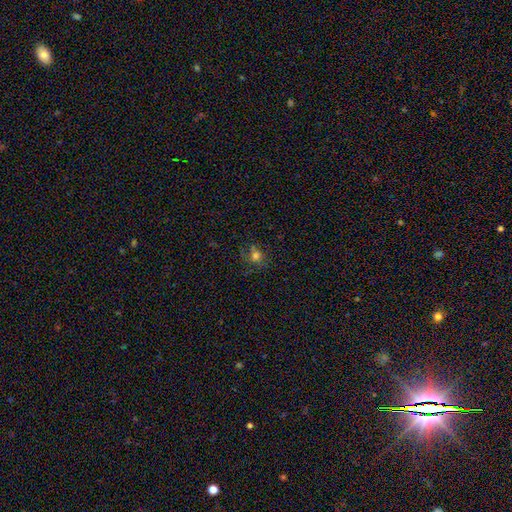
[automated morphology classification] Smooth or featured? smooth (57%)
How rounded? round (68%)
Merging? none (60%)